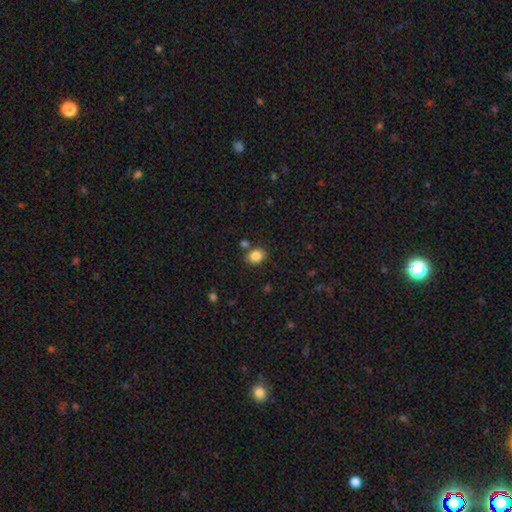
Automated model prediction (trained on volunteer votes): smooth 85%, star or artifact 10%, featured or disk 5%. Down the decision tree: how rounded — round (54%); merging — none (78%).